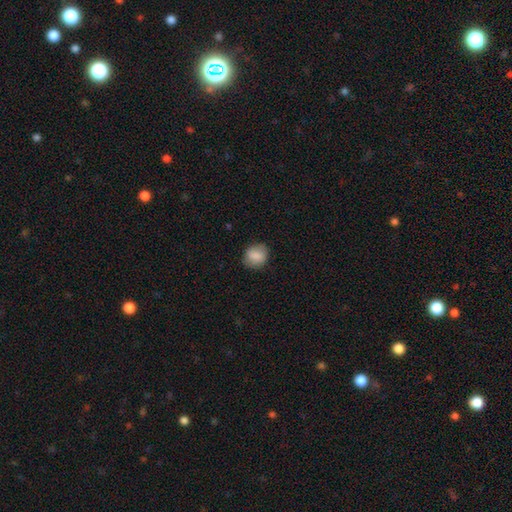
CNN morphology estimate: The model was most divided on "how rounded": round: 64%, in between: 35%, cigar-shaped: 1%. More confident: smooth or featured — smooth (84%); merging — none (81%).